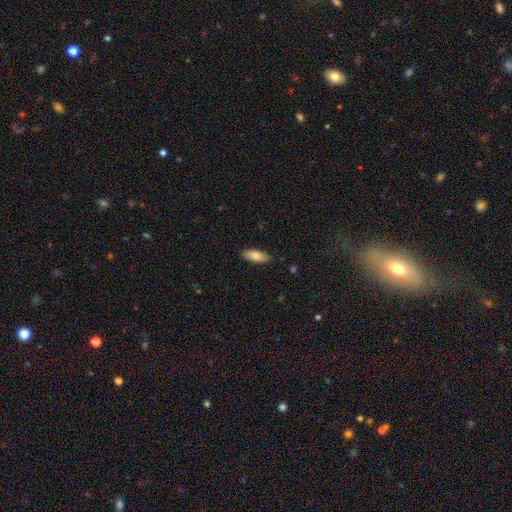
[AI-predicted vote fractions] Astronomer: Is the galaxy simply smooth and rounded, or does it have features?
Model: smooth — 80%.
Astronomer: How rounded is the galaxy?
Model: in between — 78%.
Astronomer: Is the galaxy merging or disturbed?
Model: none — 86%.